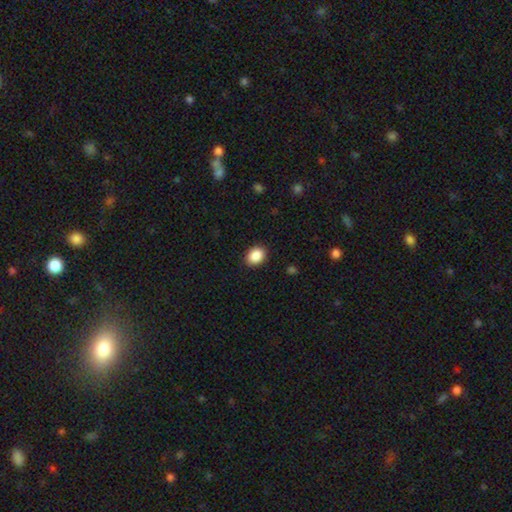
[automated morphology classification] type=smooth (89%); roundness=in between (65%); merging=none (89%).